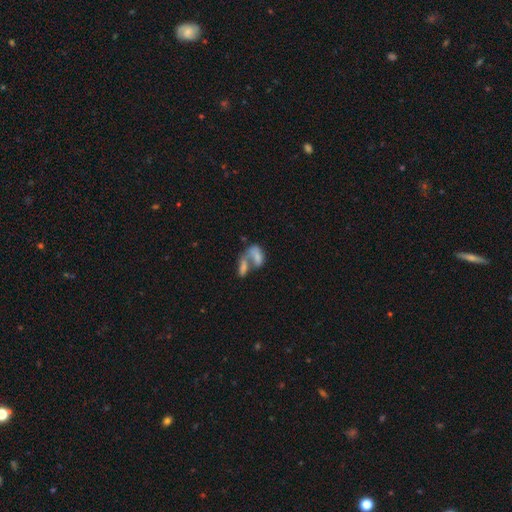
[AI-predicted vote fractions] Smooth or featured? Predicted: smooth (p=0.64). How rounded? Predicted: in between (p=0.86). Merging? Predicted: merger (p=0.70).